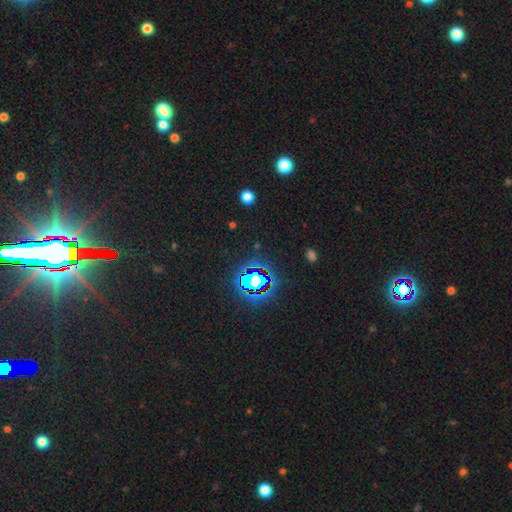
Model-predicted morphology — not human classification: type=star or artifact (84%).